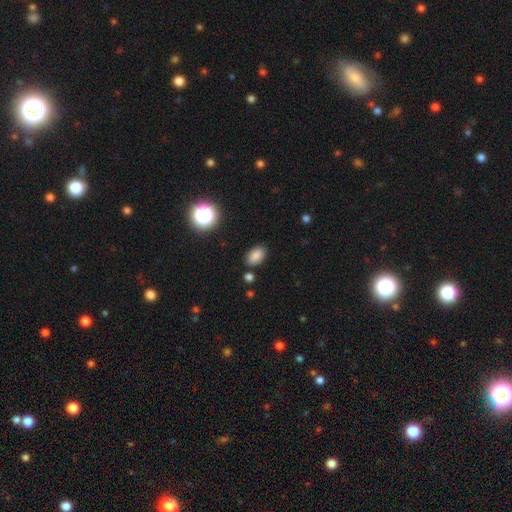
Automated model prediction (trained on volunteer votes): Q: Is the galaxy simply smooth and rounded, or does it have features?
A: smooth — 83%.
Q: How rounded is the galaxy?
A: in between — 88%.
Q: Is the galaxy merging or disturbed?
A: none — 85%.